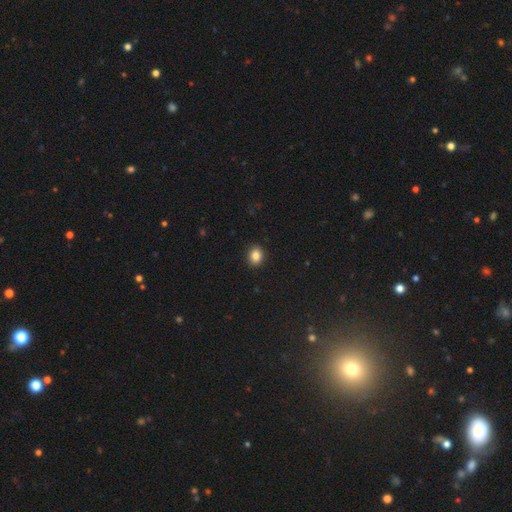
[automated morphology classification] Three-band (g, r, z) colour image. It shows a smooth galaxy with no disk features (85%) that is round (61%). Merging: none (91%).